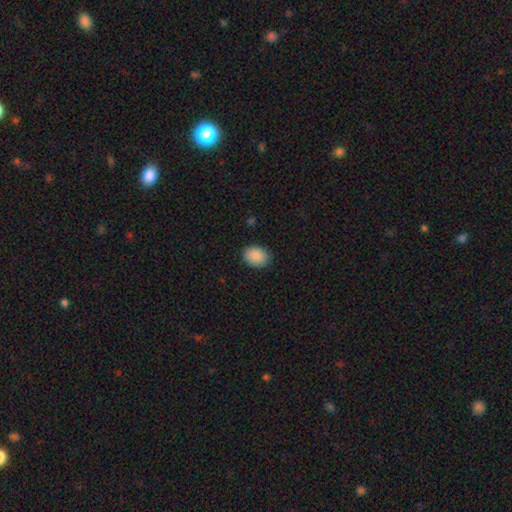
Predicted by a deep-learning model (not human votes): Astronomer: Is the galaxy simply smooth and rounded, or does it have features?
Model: smooth — 89%.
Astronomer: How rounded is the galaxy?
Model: in between — 63%.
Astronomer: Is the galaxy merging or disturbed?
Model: none — 88%.